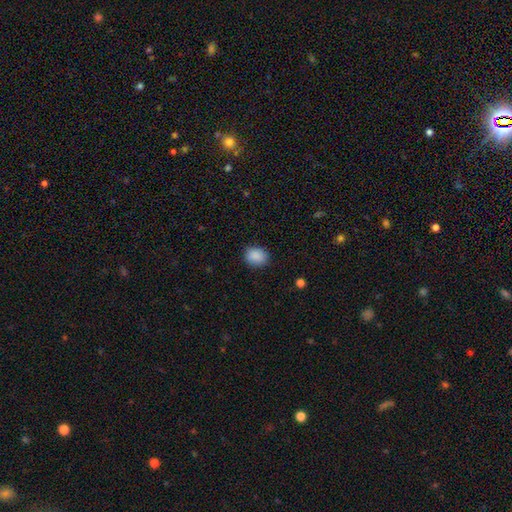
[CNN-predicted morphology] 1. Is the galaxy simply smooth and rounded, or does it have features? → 89% smooth, 8% star or artifact, 3% featured or disk.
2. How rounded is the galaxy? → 52% round, 47% in between, 1% cigar-shaped.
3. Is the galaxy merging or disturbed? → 86% none, 10% minor disturbance, 2% major disturbance, 1% merger.